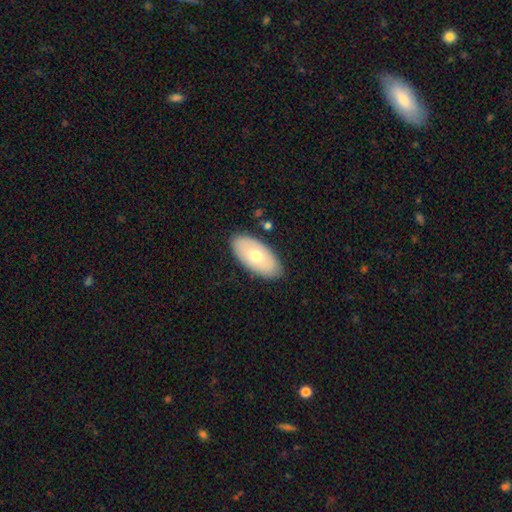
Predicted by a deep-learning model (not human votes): This appears to be a smooth galaxy with no disk features (63%) that is in between round and cigar-shaped (94%). Merging: none (86%).